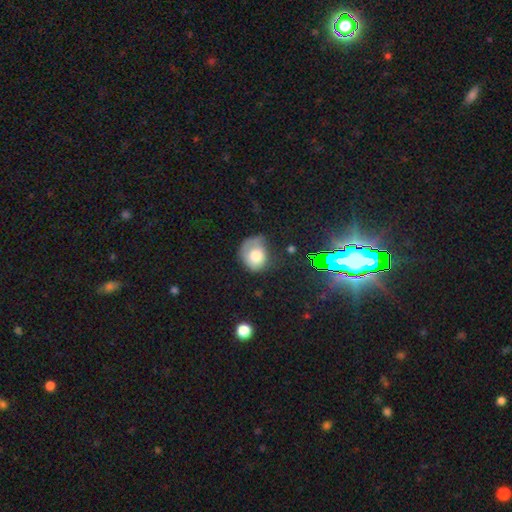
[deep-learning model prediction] This appears to be a smooth galaxy with no disk features (71%) that is round (62%). Merging: none (37%, tied with minor disturbance).